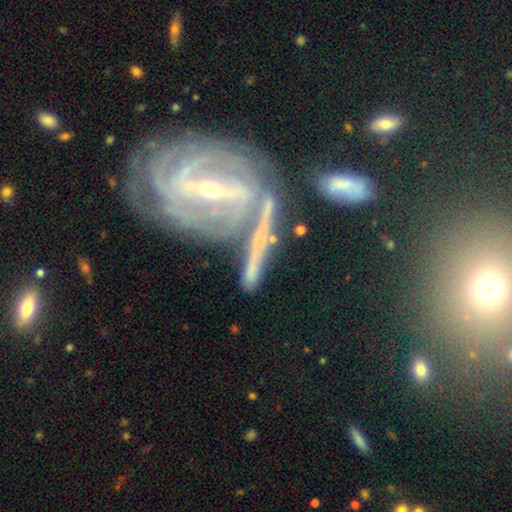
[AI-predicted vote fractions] Overall: featured or disk (81%). Edge-on disk: no (80%). Bar: strong (56%; weak 27%). Spiral arms: yes (89%). Spiral arm count: 2 (34%; can't tell 23%). Spiral winding: tight (53%; medium 33%). Bulge size: small (72%). Merging: none (48%; merger 22%).